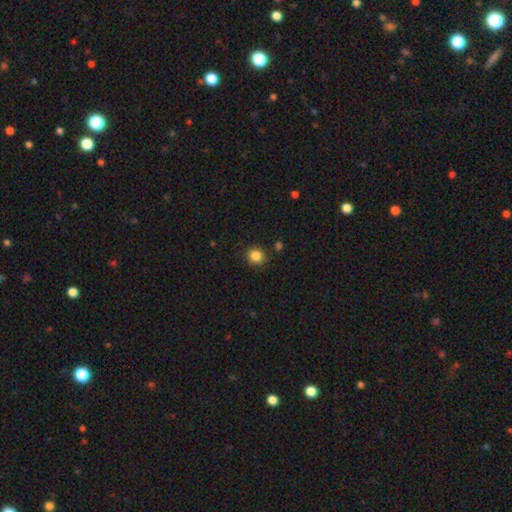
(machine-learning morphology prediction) Overall: smooth (85%). How rounded: round (86%). Merging: none (87%).